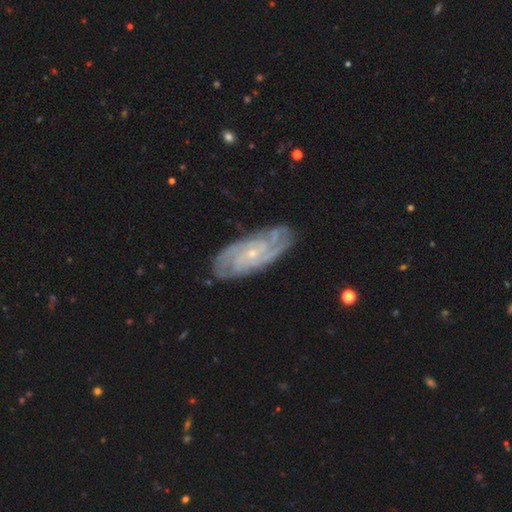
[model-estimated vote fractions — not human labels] Q: Smooth or featured?
A: featured or disk (81%); runner-up: smooth (11%)
Q: Edge-on disk?
A: no (92%); runner-up: yes (8%)
Q: Bar?
A: no (71%); runner-up: weak (23%)
Q: Spiral arms?
A: yes (96%); runner-up: no (4%)
Q: Spiral winding?
A: tight (70%); runner-up: medium (24%)
Q: Spiral arm count?
A: can't tell (32%); runner-up: 2 (19%)
Q: Bulge size?
A: small (81%); runner-up: moderate (14%)
Q: Merging?
A: none (83%); runner-up: minor disturbance (13%)